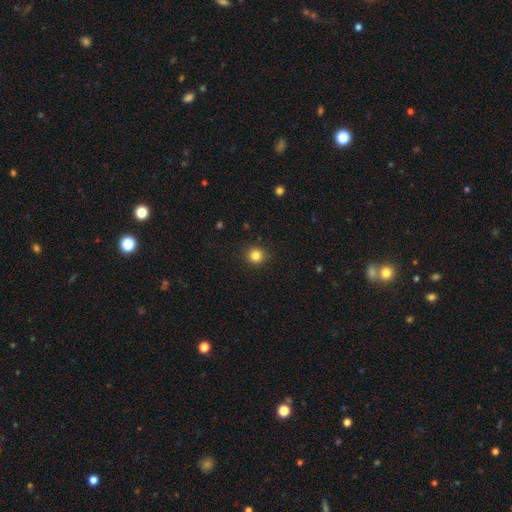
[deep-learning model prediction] Smooth or featured: smooth — 84% (star or artifact — 12%)
How rounded: round — 92% (in between — 7%)
Merging: none — 91% (minor disturbance — 6%)